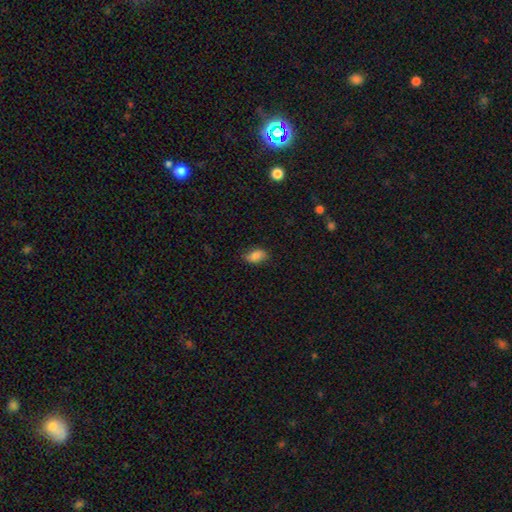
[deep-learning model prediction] This is clearly a smooth galaxy (83%). How rounded: clearly in between (90%). Merging: likely none (80%).